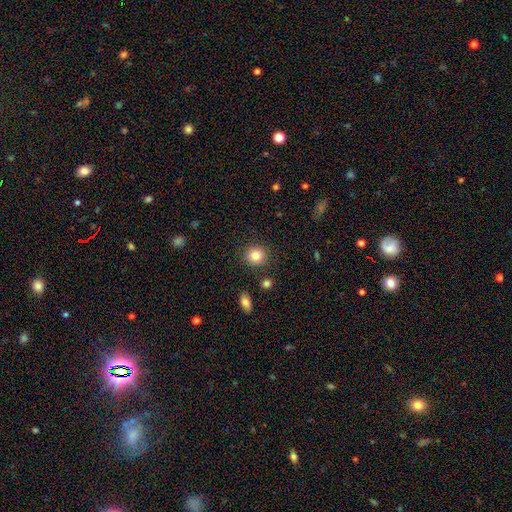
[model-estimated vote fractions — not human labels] This is clearly a smooth galaxy (84%). How rounded: clearly round (87%). Merging: clearly none (89%).